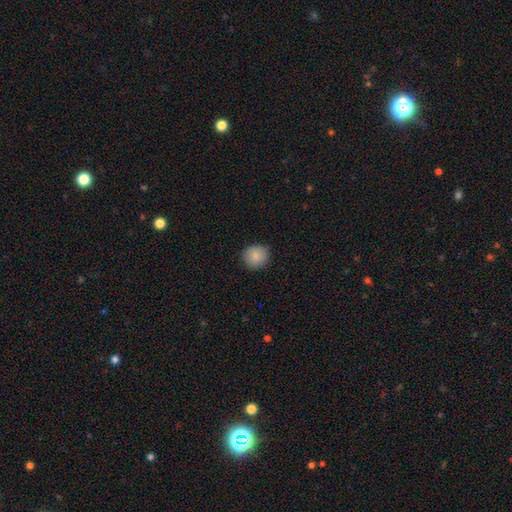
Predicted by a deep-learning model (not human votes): smooth_or_featured: smooth (p=0.86) [alt: star or artifact p=0.08]
how_rounded: round (p=0.88) [alt: in between p=0.11]
merging: none (p=0.88) [alt: minor disturbance p=0.09]